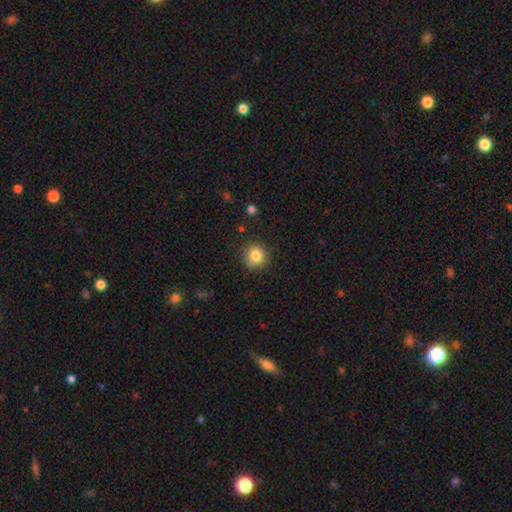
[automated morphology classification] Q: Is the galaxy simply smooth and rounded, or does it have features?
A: smooth — 84%.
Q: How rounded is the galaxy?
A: round — 89%.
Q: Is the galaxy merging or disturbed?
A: none — 85%.